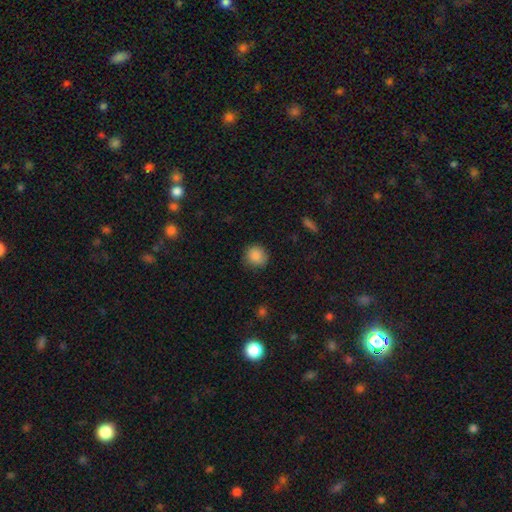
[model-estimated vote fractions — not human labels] Morphology: type=smooth (88%); roundness=round (88%); merging=none (86%).